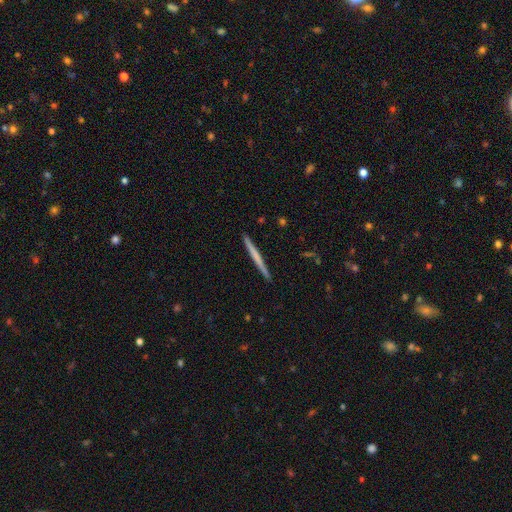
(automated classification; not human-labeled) smooth-or-featured: smooth: 52% | featured or disk: 43% | star or artifact: 5%
  how-rounded: cigar-shaped: 97% | in between: 2% | round: 1%
  merging: none: 92% | minor disturbance: 5% | major disturbance: 1% | merger: 1%